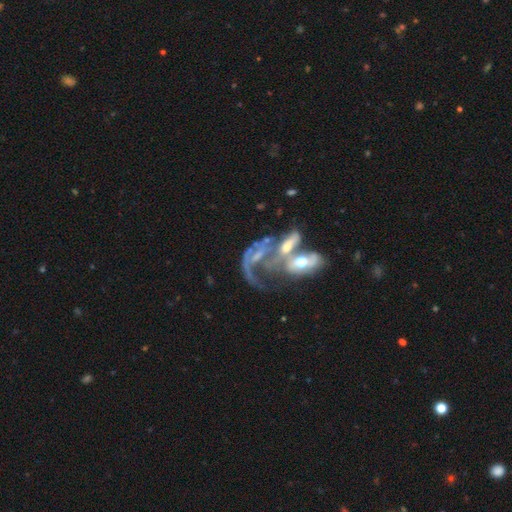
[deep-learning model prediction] smooth-or-featured: featured or disk: 69% | smooth: 19% | star or artifact: 11%
  disk-edge-on: no: 94% | yes: 6%
    bar: no: 66% | weak: 23% | strong: 11%
    has-spiral-arms: yes: 53% | no: 47%
    bulge-size: moderate: 39% | small: 26% | none: 25% | large: 8% | dominant: 2%
  merging: merger: 56% | major disturbance: 26% | none: 10% | minor disturbance: 7%